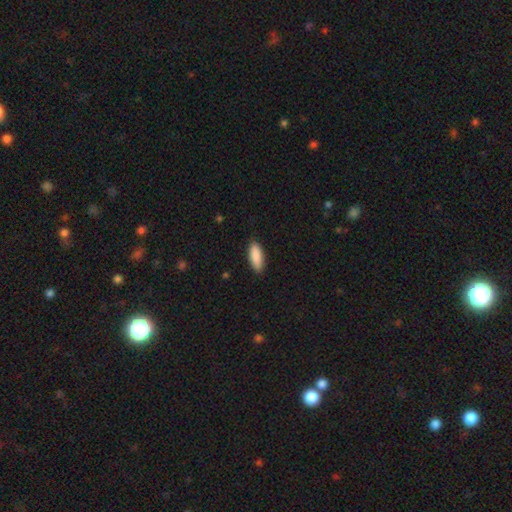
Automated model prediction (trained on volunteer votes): Q: Smooth or featured?
A: smooth (90%); runner-up: star or artifact (6%)
Q: How rounded?
A: in between (73%); runner-up: cigar-shaped (26%)
Q: Merging?
A: none (88%); runner-up: minor disturbance (10%)